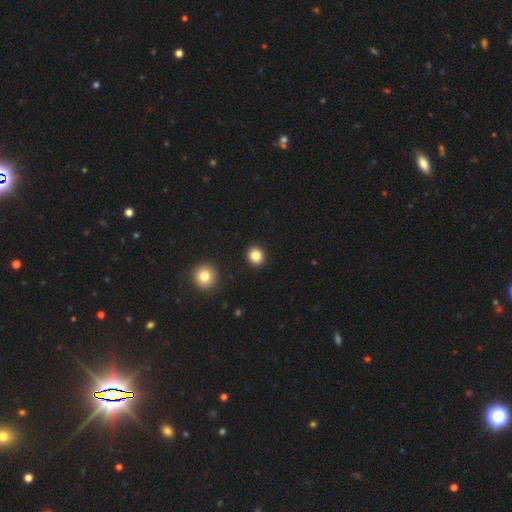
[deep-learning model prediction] Smooth or featured: smooth — 83% (star or artifact — 11%)
How rounded: round — 83% (in between — 16%)
Merging: none — 92% (minor disturbance — 5%)